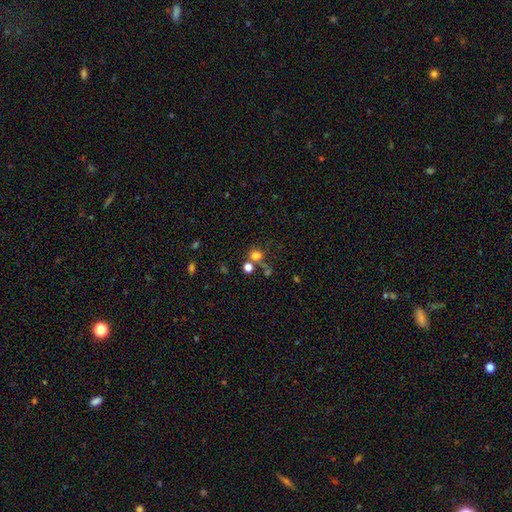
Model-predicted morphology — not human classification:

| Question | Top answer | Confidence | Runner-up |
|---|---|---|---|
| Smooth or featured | smooth | 70% | star or artifact (20%) |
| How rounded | round | 76% | in between (23%) |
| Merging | none | 52% | merger (27%) |